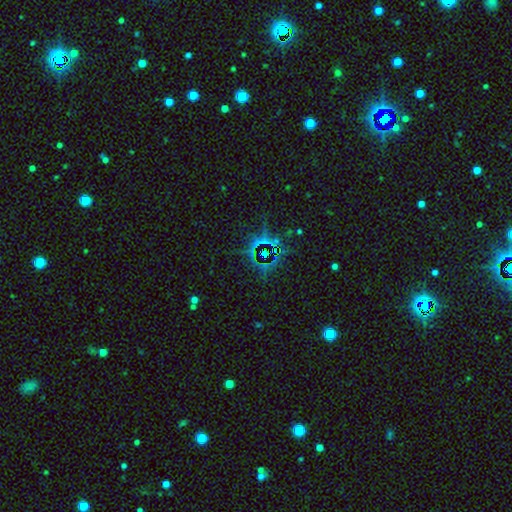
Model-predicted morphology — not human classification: This appears to be a star or artifact, not a galaxy (77%).